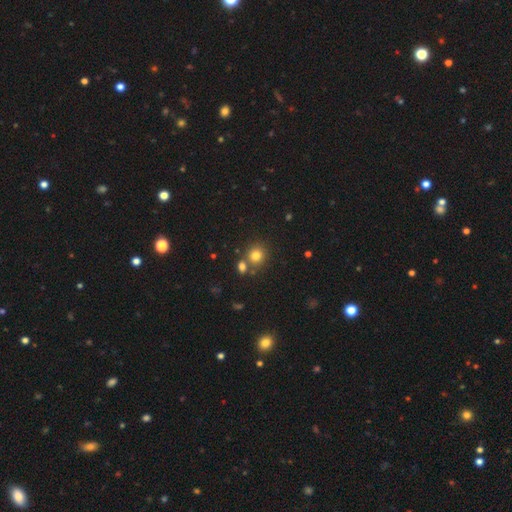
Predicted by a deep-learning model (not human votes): A smooth galaxy with no disk features (80%) that is round (83%). Merging: none (66%).